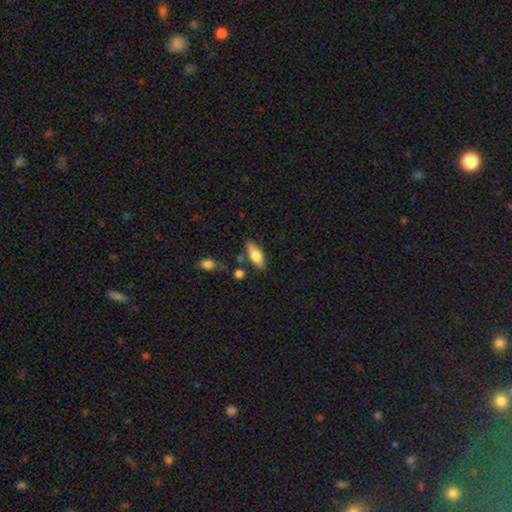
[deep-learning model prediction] smooth 74%, featured or disk 20%, star or artifact 6%. Down the decision tree: how rounded — in between (74%); merging — none (78%).